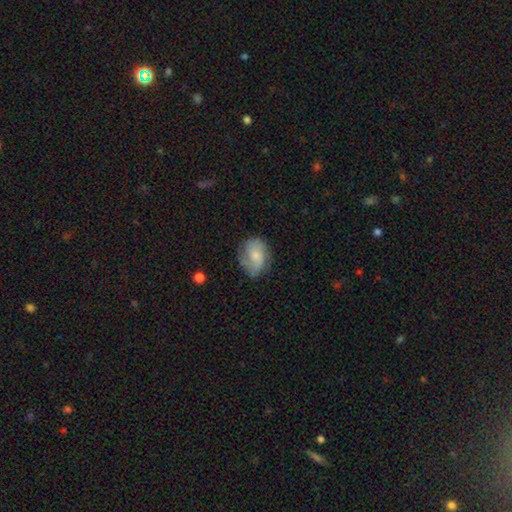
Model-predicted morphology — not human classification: smooth_or_featured: smooth (p=0.51) [alt: featured or disk p=0.41]
how_rounded: in between (p=0.58) [alt: round p=0.41]
merging: none (p=0.60) [alt: minor disturbance p=0.27]